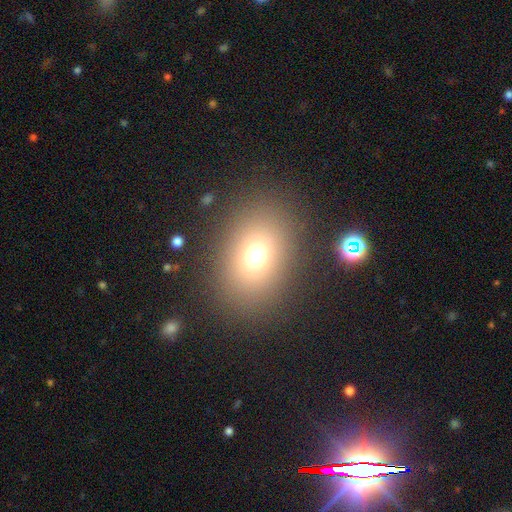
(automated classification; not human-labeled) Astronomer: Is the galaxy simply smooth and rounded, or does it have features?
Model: smooth — 70%.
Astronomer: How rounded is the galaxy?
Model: in between — 54% (runner-up: round, 45%).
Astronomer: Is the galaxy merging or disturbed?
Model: none — 85%.